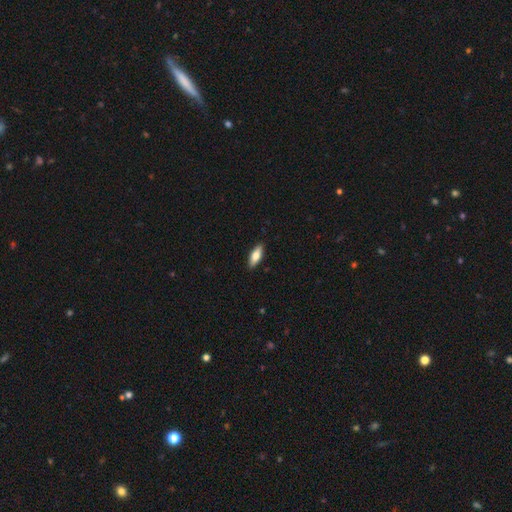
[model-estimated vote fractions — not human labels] Smooth or featured? Predicted: smooth (p=0.74). How rounded? Predicted: in between (p=0.67). Merging? Predicted: none (p=0.90).